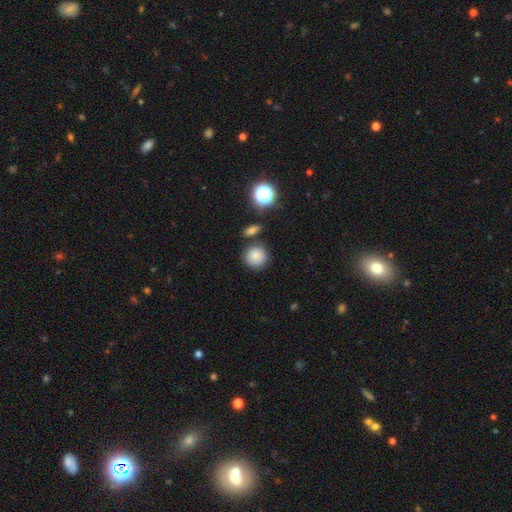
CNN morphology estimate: A smooth galaxy with no disk features (81%) that is round (91%). Merging: none (77%).